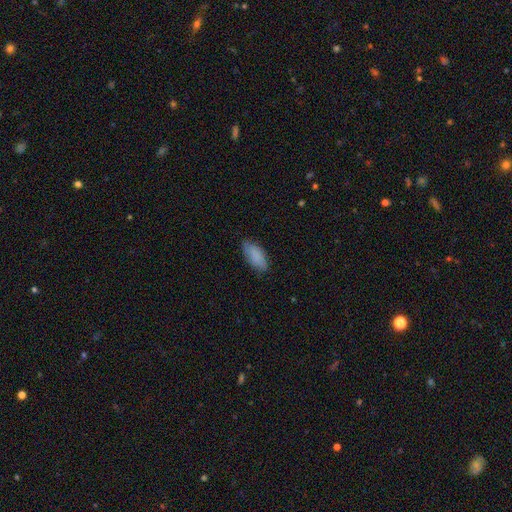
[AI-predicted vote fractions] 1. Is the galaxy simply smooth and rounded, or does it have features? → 86% smooth, 8% featured or disk, 6% star or artifact.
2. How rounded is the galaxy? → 86% in between, 12% cigar-shaped, 2% round.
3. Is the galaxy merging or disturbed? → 79% none, 17% minor disturbance, 3% major disturbance, 1% merger.